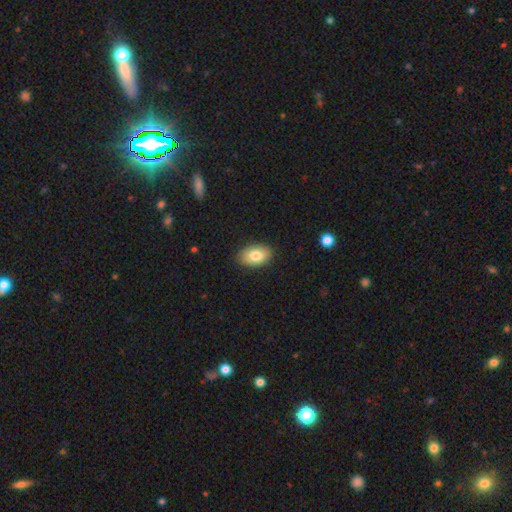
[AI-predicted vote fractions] Q: Smooth or featured?
A: smooth (81%); runner-up: featured or disk (11%)
Q: How rounded?
A: in between (91%); runner-up: round (8%)
Q: Merging?
A: none (87%); runner-up: minor disturbance (9%)